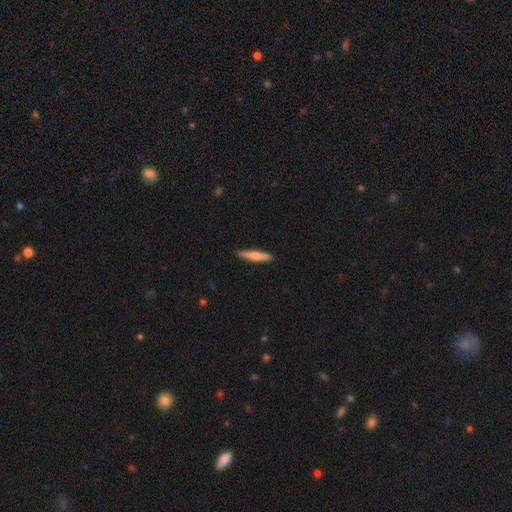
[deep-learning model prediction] smooth-or-featured: smooth: 61% | featured or disk: 33% | star or artifact: 5%
  how-rounded: cigar-shaped: 92% | in between: 7% | round: 1%
  merging: none: 90% | minor disturbance: 8% | major disturbance: 1% | merger: 1%